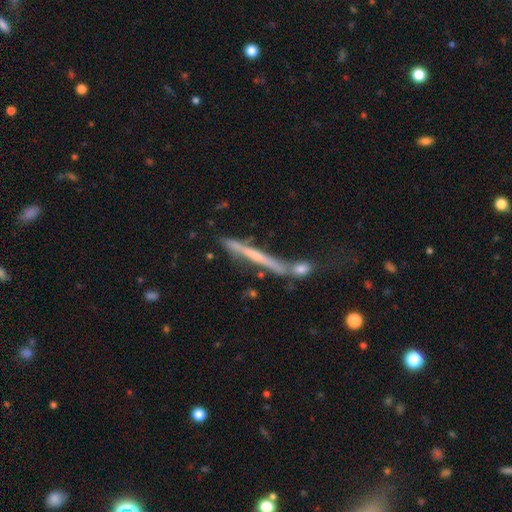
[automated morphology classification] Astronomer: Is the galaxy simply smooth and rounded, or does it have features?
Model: featured or disk — 64%.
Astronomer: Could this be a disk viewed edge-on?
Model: yes — 91%.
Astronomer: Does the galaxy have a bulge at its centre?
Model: none — 63%.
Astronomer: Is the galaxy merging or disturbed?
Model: none — 54%.